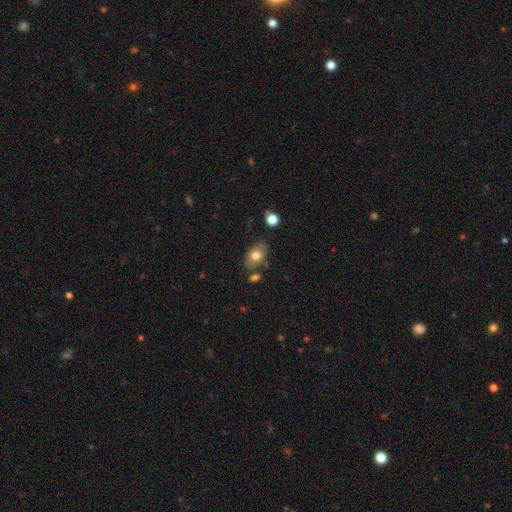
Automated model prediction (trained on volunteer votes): The model was most divided on "smooth or featured": smooth: 74%, featured or disk: 18%, star or artifact: 8%. More confident: how rounded — in between (85%); merging — none (73%).